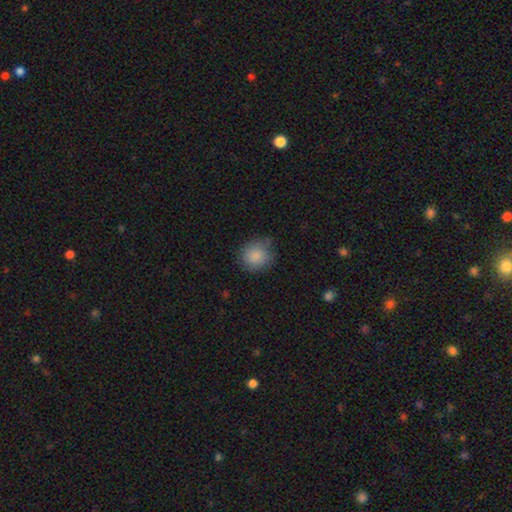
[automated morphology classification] This is clearly a smooth galaxy (86%). How rounded: clearly round (85%). Merging: likely none (70%).